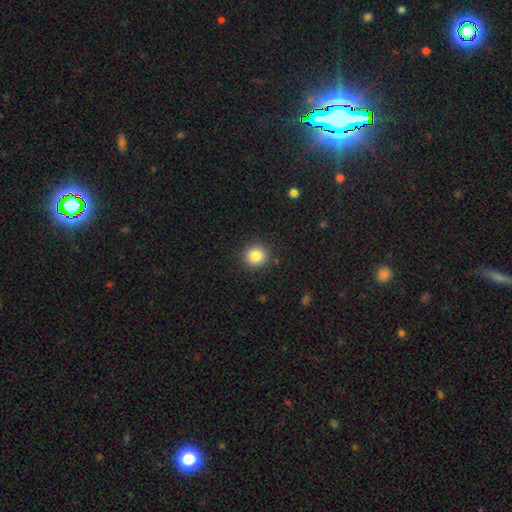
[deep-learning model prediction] Overall: smooth (85%). How rounded: round (92%). Merging: none (91%).